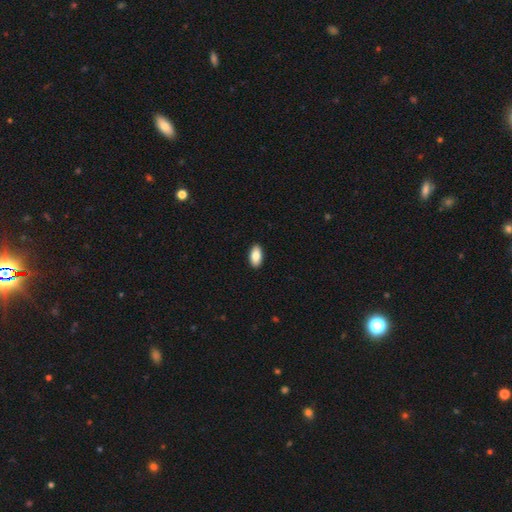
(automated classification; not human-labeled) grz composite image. It shows a smooth galaxy with no disk features (85%) that is in between round and cigar-shaped (93%). Merging: none (91%).